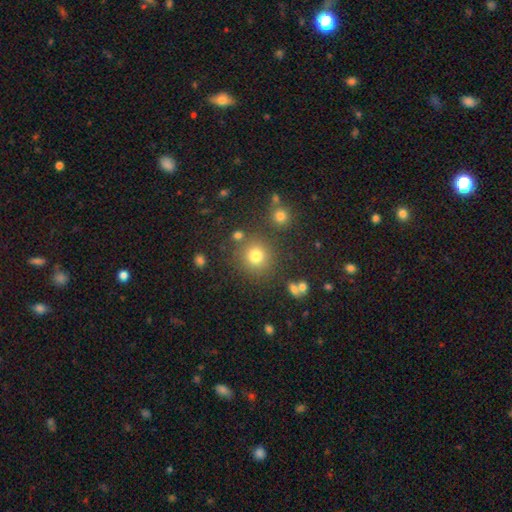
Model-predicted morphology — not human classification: smooth 77%, star or artifact 16%, featured or disk 7%. Down the decision tree: how rounded — round (90%); merging — none (81%).